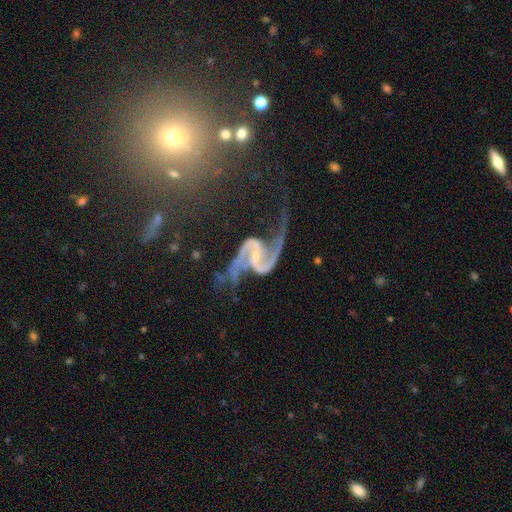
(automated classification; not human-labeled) Smooth or featured? Predicted: featured or disk (p=0.93). Edge-on disk? Predicted: no (p=0.98). Bar? Predicted: weak (p=0.43). Spiral arms? Predicted: yes (p=0.98). Spiral winding? Predicted: loose (p=0.58). Spiral arm count? Predicted: 2 (p=0.93). Bulge size? Predicted: small (p=0.72). Merging? Predicted: none (p=0.50).